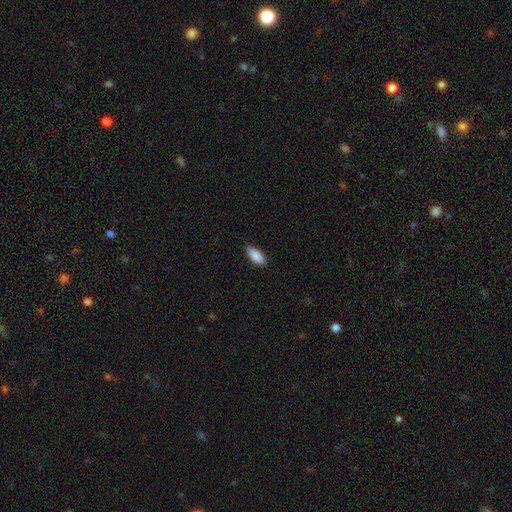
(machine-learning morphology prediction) smooth 90%, star or artifact 6%, featured or disk 4%. Down the decision tree: how rounded — in between (84%); merging — none (87%).